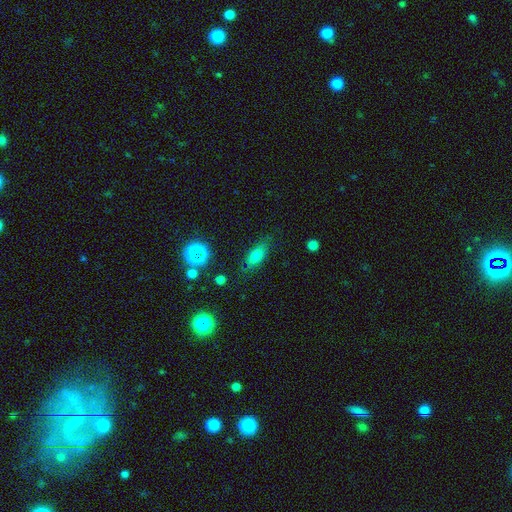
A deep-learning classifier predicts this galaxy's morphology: smooth_or_featured: smooth (p=0.73) [alt: featured or disk p=0.15]
how_rounded: in between (p=0.74) [alt: cigar-shaped p=0.19]
merging: none (p=0.79) [alt: minor disturbance p=0.15]